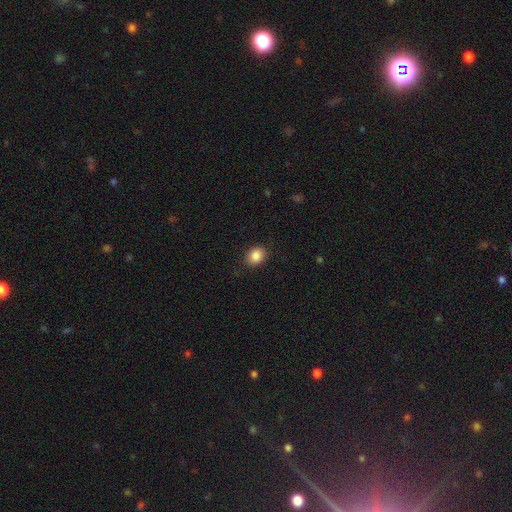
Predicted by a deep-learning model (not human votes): Smooth or featured?
  - smooth: 87% *
  - star or artifact: 9%
  - featured or disk: 4%
How rounded?
  - round: 55% *
  - in between: 44%
  - cigar-shaped: 1%
Merging?
  - none: 87% *
  - minor disturbance: 10%
  - major disturbance: 3%
  - merger: 1%